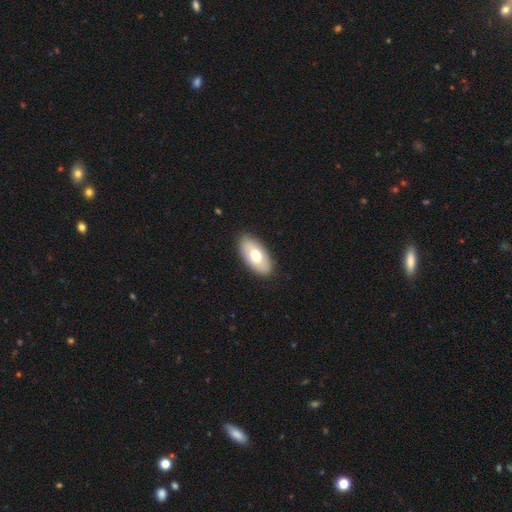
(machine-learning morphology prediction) A smooth galaxy with no disk features (64%) that is in between round and cigar-shaped (93%). Merging: none (86%).